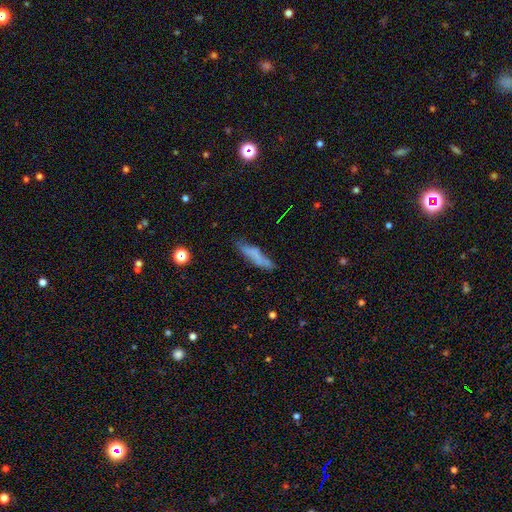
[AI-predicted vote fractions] Morphology: type=smooth (63%); roundness=cigar-shaped (79%); merging=none (62%).